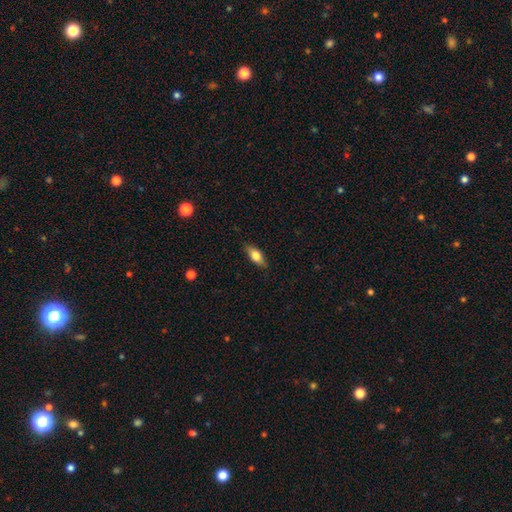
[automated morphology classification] Smooth or featured?
  - smooth: 70% *
  - featured or disk: 23%
  - star or artifact: 7%
How rounded?
  - in between: 76% *
  - cigar-shaped: 20%
  - round: 4%
Merging?
  - none: 84% *
  - minor disturbance: 12%
  - major disturbance: 2%
  - merger: 1%